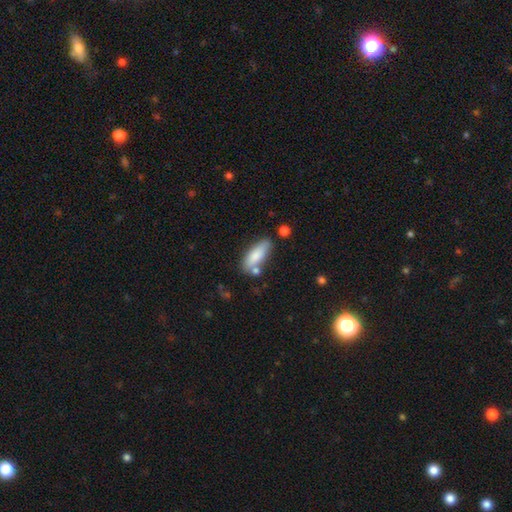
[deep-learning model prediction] The model was most divided on "how rounded": in between: 62%, cigar-shaped: 36%, round: 2%. More confident: smooth or featured — smooth (79%); merging — none (66%).